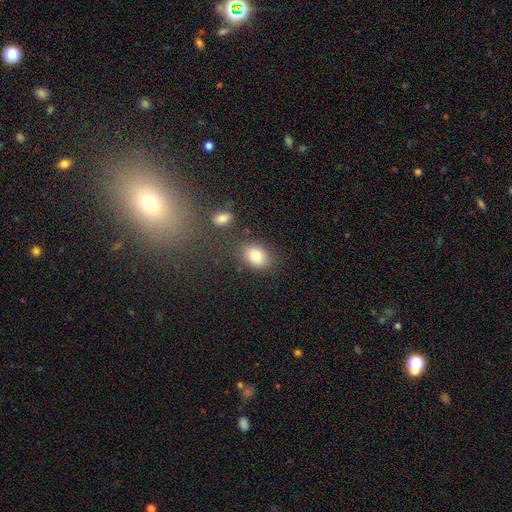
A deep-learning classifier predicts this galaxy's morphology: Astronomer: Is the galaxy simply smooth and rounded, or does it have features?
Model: smooth — 82%.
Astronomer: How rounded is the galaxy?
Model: in between — 70%.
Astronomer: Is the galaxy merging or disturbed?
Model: none — 73%.